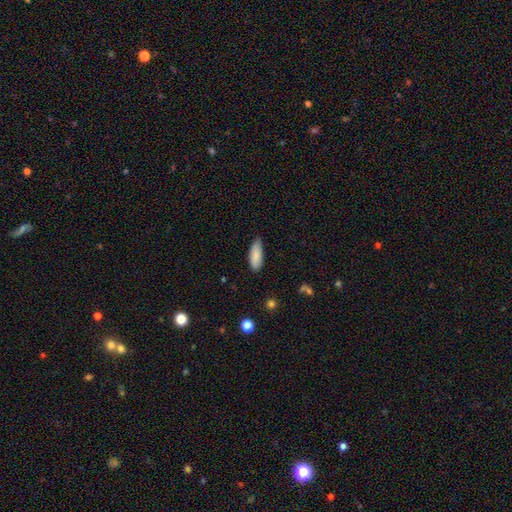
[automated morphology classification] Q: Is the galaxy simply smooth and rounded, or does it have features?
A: smooth — 87%.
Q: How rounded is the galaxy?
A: in between — 68%.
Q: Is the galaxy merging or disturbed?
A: none — 73%.